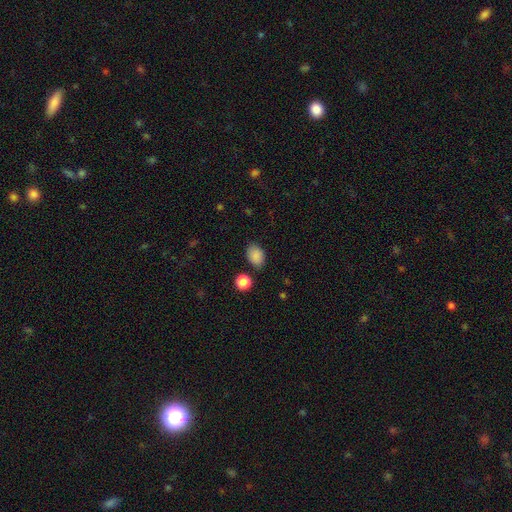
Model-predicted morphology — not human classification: A smooth galaxy with no disk features (87%) that is in between round and cigar-shaped (79%). Merging: none (79%).